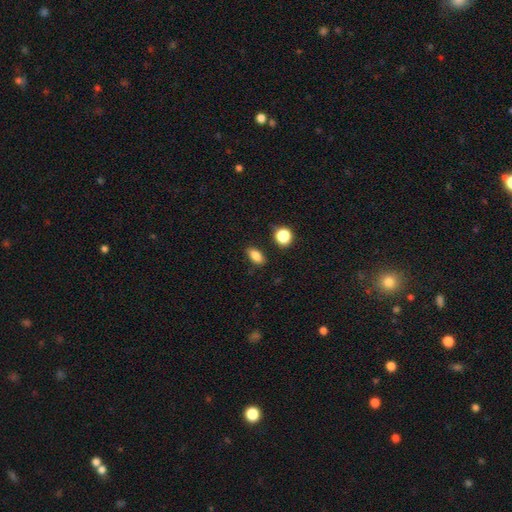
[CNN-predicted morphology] Smooth or featured: smooth — 84% (star or artifact — 10%)
How rounded: in between — 83% (round — 10%)
Merging: none — 84% (minor disturbance — 11%)